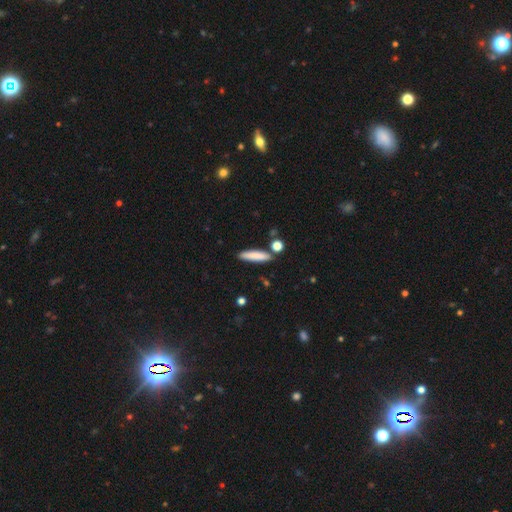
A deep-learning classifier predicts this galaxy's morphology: Smooth or featured: smooth — 82% (featured or disk — 11%)
How rounded: cigar-shaped — 80% (in between — 18%)
Merging: none — 82% (minor disturbance — 10%)